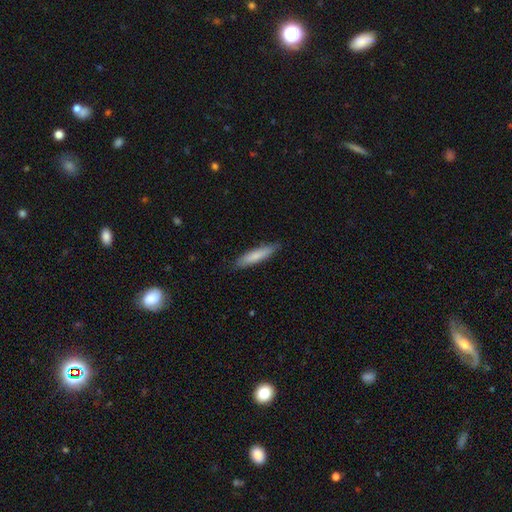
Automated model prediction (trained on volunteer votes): Morphology: type=smooth (79%); roundness=cigar-shaped (85%); merging=none (86%).